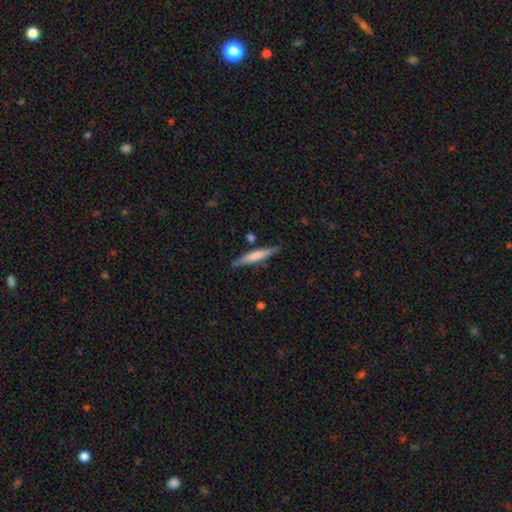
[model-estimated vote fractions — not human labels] smooth-or-featured: smooth: 55% | featured or disk: 39% | star or artifact: 6%
  how-rounded: cigar-shaped: 93% | in between: 6% | round: 1%
  merging: none: 82% | minor disturbance: 12% | merger: 3% | major disturbance: 2%